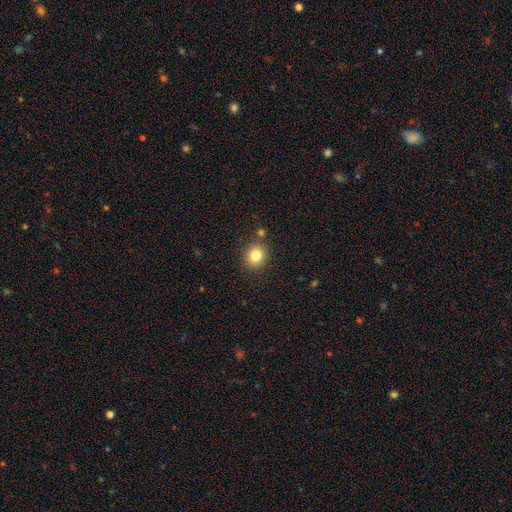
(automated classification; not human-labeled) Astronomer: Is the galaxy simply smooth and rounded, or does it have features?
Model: smooth — 82%.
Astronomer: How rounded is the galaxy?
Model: round — 79%.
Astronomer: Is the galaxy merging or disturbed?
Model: none — 83%.